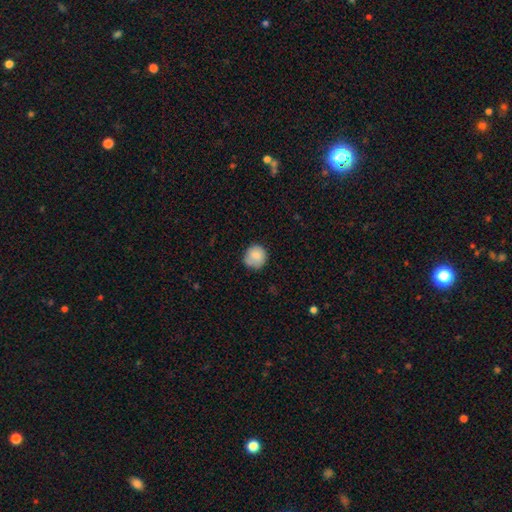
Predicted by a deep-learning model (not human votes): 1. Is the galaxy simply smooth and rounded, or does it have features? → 85% smooth, 8% star or artifact, 8% featured or disk.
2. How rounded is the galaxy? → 90% round, 9% in between, 1% cigar-shaped.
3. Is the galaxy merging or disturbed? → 74% none, 20% minor disturbance, 4% major disturbance, 2% merger.